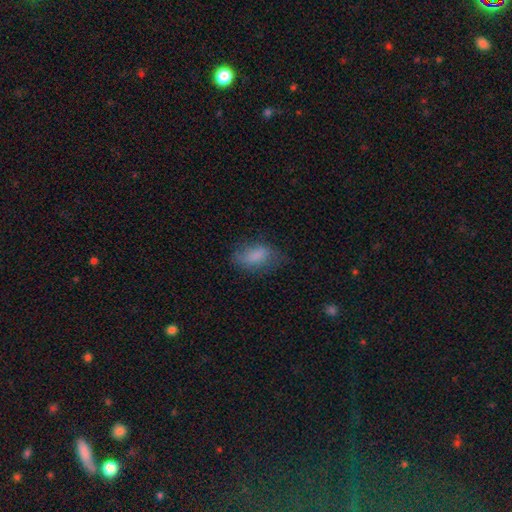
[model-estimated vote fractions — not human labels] smooth 78%, featured or disk 13%, star or artifact 9%. Down the decision tree: how rounded — in between (89%); merging — none (61%).